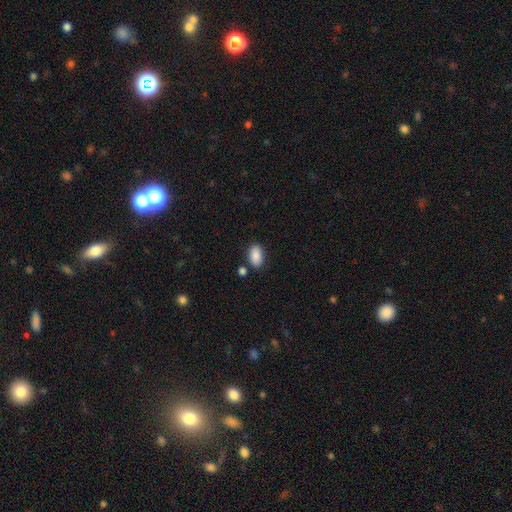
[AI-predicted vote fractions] This is clearly a smooth galaxy (88%). How rounded: clearly in between (92%). Merging: clearly none (80%).